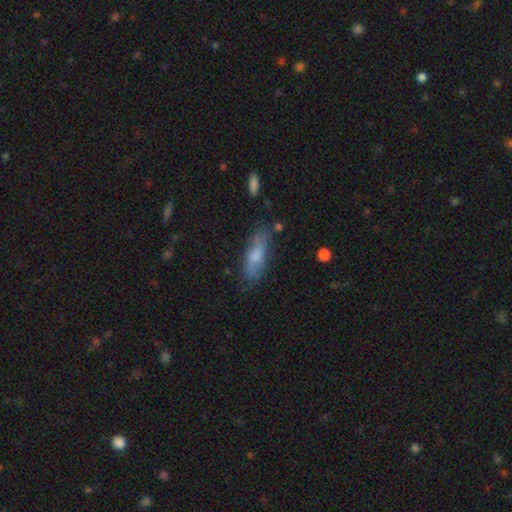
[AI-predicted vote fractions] smooth_or_featured: smooth (p=0.65) [alt: featured or disk p=0.27]
how_rounded: in between (p=0.55) [alt: cigar-shaped p=0.42]
merging: none (p=0.74) [alt: minor disturbance p=0.18]